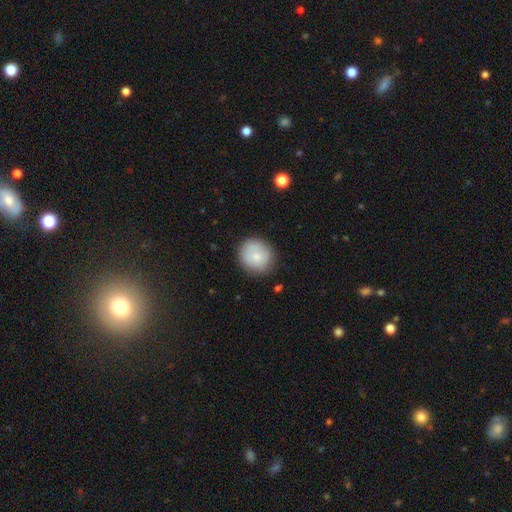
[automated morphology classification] smooth-or-featured: smooth: 81% | featured or disk: 12% | star or artifact: 7%
  how-rounded: round: 89% | in between: 10% | cigar-shaped: 1%
  merging: none: 82% | minor disturbance: 13% | major disturbance: 4% | merger: 2%